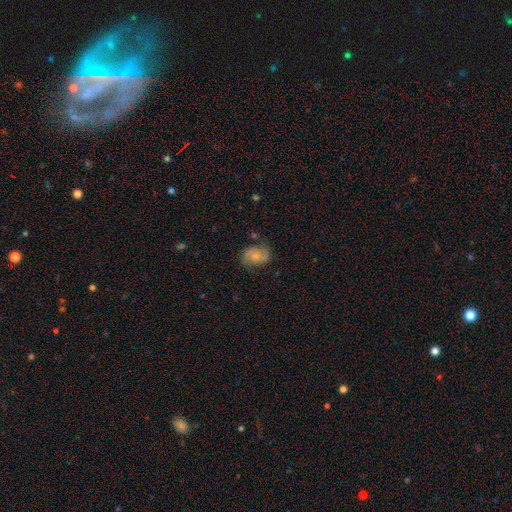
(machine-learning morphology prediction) Q: Smooth or featured?
A: featured or disk (59%); runner-up: smooth (34%)
Q: Edge-on disk?
A: no (97%); runner-up: yes (3%)
Q: Bar?
A: no (62%); runner-up: weak (32%)
Q: Spiral arms?
A: yes (89%); runner-up: no (11%)
Q: Spiral winding?
A: medium (45%); runner-up: loose (33%)
Q: Spiral arm count?
A: 2 (84%); runner-up: can't tell (9%)
Q: Bulge size?
A: small (57%); runner-up: moderate (32%)
Q: Merging?
A: none (66%); runner-up: minor disturbance (23%)